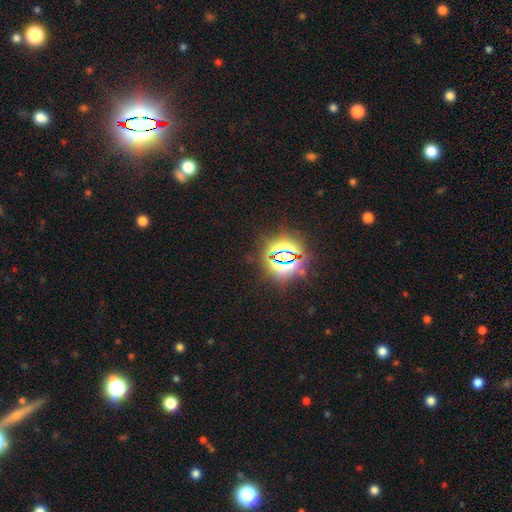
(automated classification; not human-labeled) This appears to be a star or artifact, not a galaxy (83%).